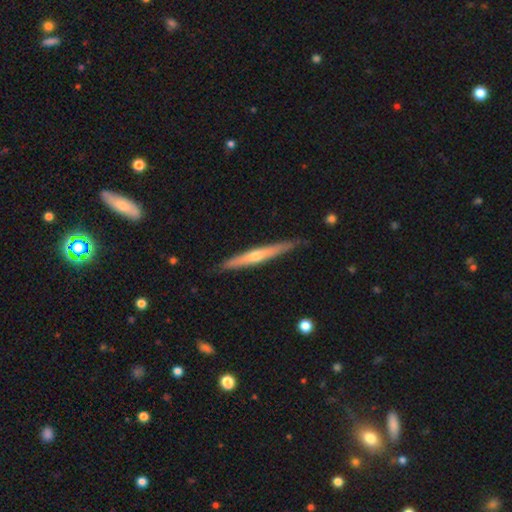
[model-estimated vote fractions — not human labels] smooth_or_featured: featured or disk (p=0.70) [alt: smooth p=0.24]
disk_edge_on: yes (p=0.97) [alt: no p=0.03]
edge_on_bulge: rounded (p=0.79) [alt: none p=0.17]
merging: none (p=0.87) [alt: minor disturbance p=0.10]